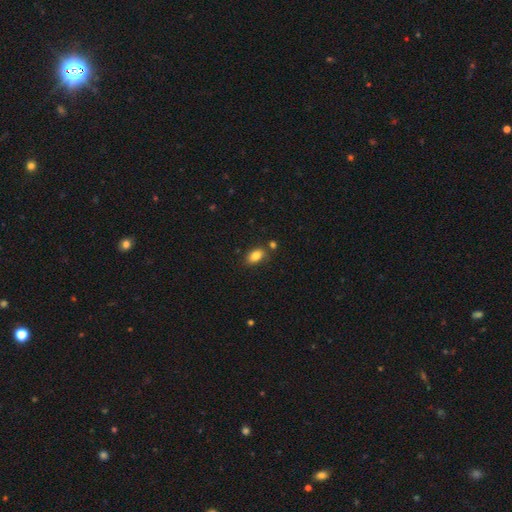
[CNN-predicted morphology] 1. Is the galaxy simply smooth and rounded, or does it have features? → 84% smooth, 9% star or artifact, 8% featured or disk.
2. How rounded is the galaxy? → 88% in between, 8% round, 3% cigar-shaped.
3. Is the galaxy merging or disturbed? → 76% none, 13% minor disturbance, 7% merger, 3% major disturbance.